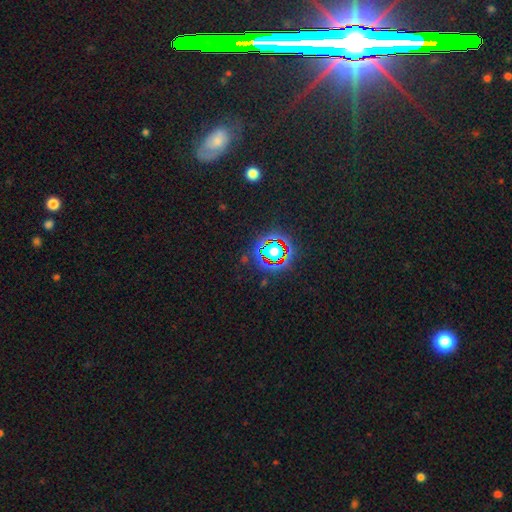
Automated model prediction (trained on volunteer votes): This appears to be a star or artifact, not a galaxy (73%).